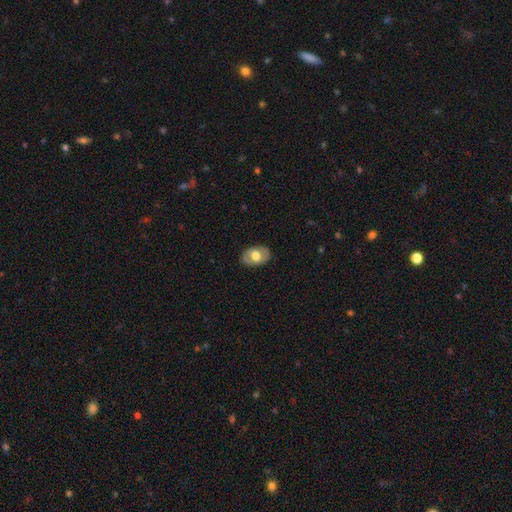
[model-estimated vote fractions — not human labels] A smooth galaxy with no disk features (52%) that is in between round and cigar-shaped (79%). Merging: none (82%).